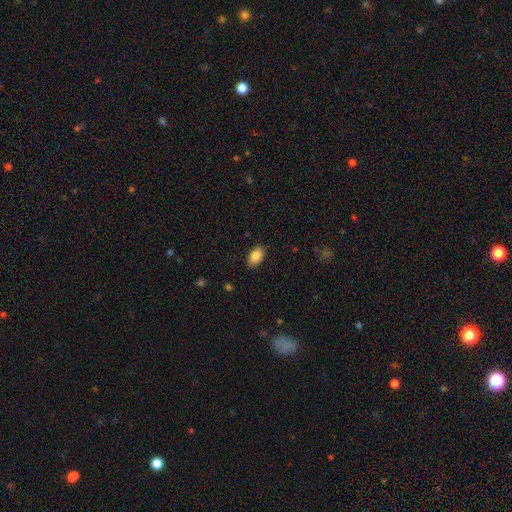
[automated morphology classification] smooth-or-featured: smooth: 86% | star or artifact: 7% | featured or disk: 7%
  how-rounded: in between: 92% | round: 6% | cigar-shaped: 2%
  merging: none: 86% | minor disturbance: 10% | major disturbance: 2% | merger: 1%